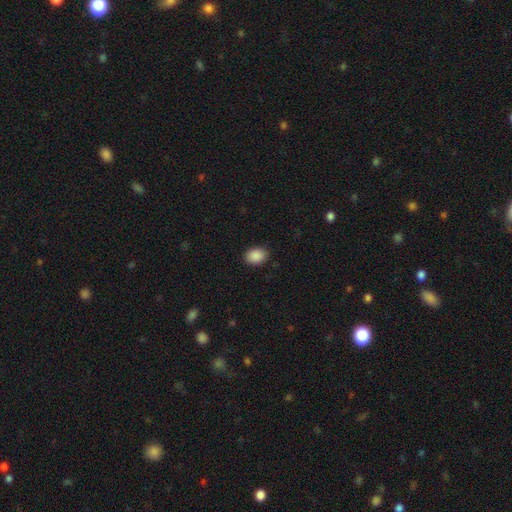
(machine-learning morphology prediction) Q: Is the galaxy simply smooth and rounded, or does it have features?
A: smooth — 89%.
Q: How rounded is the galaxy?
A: in between — 72%.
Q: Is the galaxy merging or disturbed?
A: none — 88%.